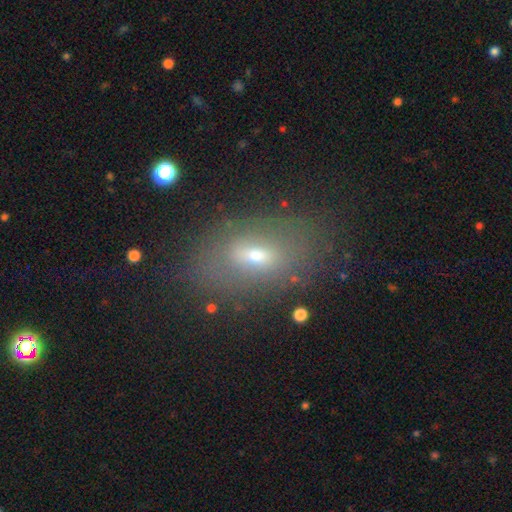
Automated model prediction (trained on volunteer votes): Smooth or featured? smooth (49%)
Merging? none (76%)